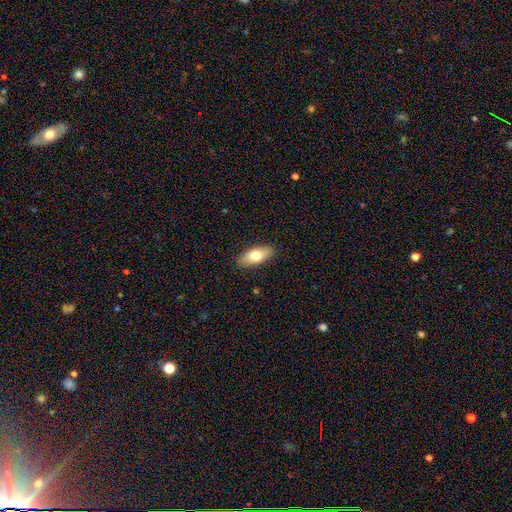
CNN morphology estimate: A smooth galaxy with no disk features (72%) that is in between round and cigar-shaped (83%).

Vote fractions:
- Smooth or featured? smooth: 72% / featured or disk: 22% / star or artifact: 6%
- How rounded? in between: 83% / cigar-shaped: 14% / round: 3%
- Merging? none: 89% / minor disturbance: 9% / major disturbance: 2% / merger: 1%